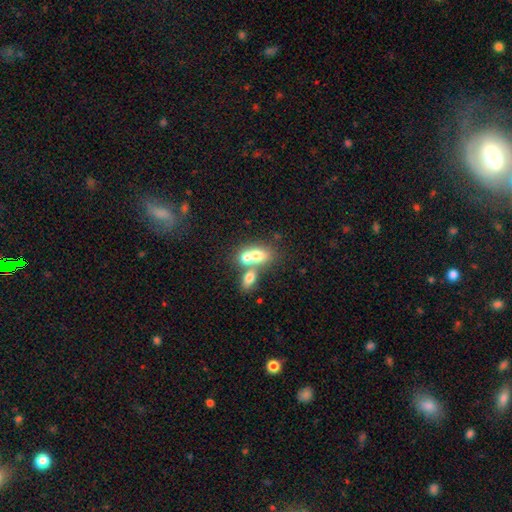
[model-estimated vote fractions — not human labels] Smooth or featured: smooth — 65% (featured or disk — 24%)
How rounded: in between — 64% (round — 34%)
Merging: merger — 66% (none — 23%)